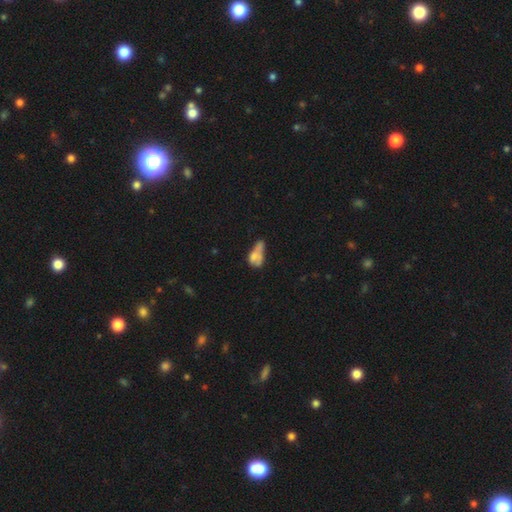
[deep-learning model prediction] Smooth or featured? smooth (57%)
How rounded? in between (76%)
Merging? merger (36%)